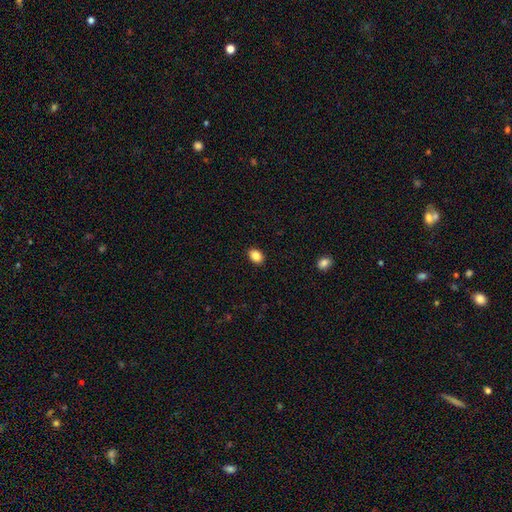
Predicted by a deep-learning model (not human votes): Smooth or featured? Predicted: smooth (p=0.86). How rounded? Predicted: in between (p=0.74). Merging? Predicted: none (p=0.90).